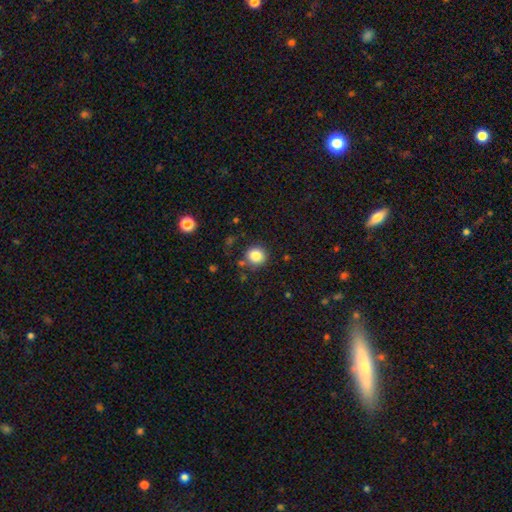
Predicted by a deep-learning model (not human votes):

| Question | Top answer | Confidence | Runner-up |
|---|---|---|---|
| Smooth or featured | smooth | 84% | star or artifact (11%) |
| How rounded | round | 92% | in between (7%) |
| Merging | none | 84% | minor disturbance (9%) |